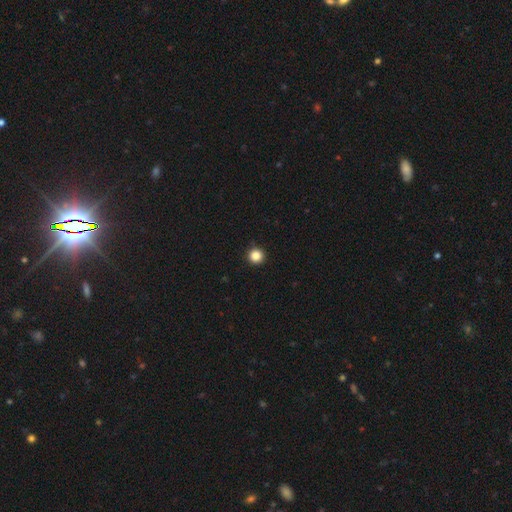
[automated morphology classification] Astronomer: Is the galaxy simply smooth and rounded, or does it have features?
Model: smooth — 86%.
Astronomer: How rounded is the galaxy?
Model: round — 97%.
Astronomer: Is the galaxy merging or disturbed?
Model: none — 93%.